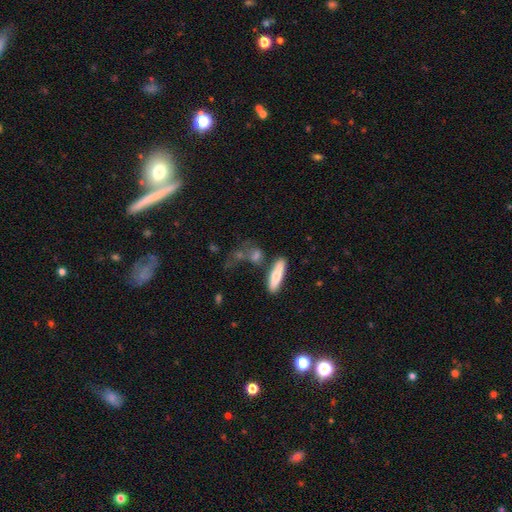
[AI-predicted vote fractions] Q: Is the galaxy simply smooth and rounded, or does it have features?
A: smooth — 62%.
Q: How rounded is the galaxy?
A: in between — 47%.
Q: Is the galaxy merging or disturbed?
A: none — 52%.